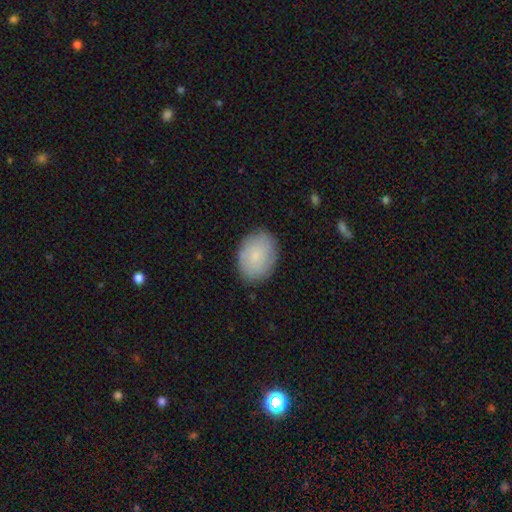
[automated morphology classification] type=smooth (79%); roundness=in between (70%); merging=none (85%).